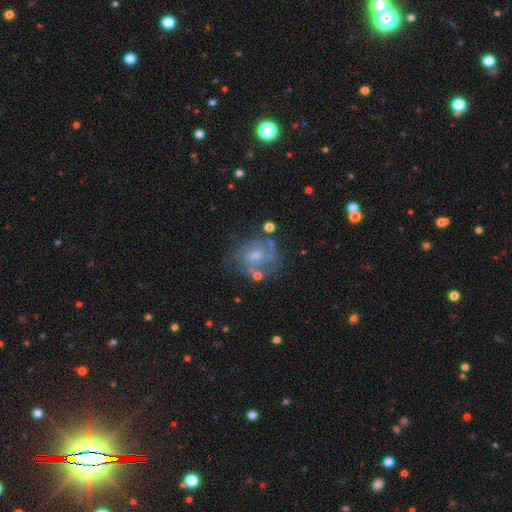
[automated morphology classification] Q: Smooth or featured?
A: featured or disk (67%); runner-up: smooth (20%)
Q: Edge-on disk?
A: no (97%); runner-up: yes (3%)
Q: Bar?
A: weak (49%); runner-up: no (41%)
Q: Spiral arms?
A: yes (81%); runner-up: no (19%)
Q: Spiral winding?
A: medium (42%); runner-up: tight (39%)
Q: Spiral arm count?
A: 2 (42%); runner-up: can't tell (33%)
Q: Bulge size?
A: small (47%); runner-up: moderate (42%)
Q: Merging?
A: none (63%); runner-up: minor disturbance (19%)